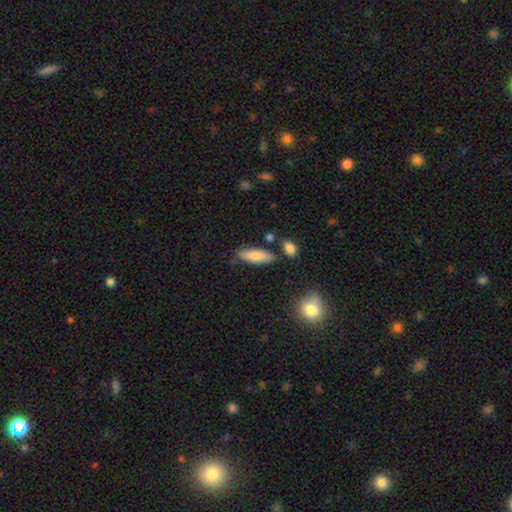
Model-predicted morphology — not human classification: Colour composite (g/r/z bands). It shows a smooth galaxy with no disk features (80%) that is in between round and cigar-shaped (53%). Merging: none (76%).